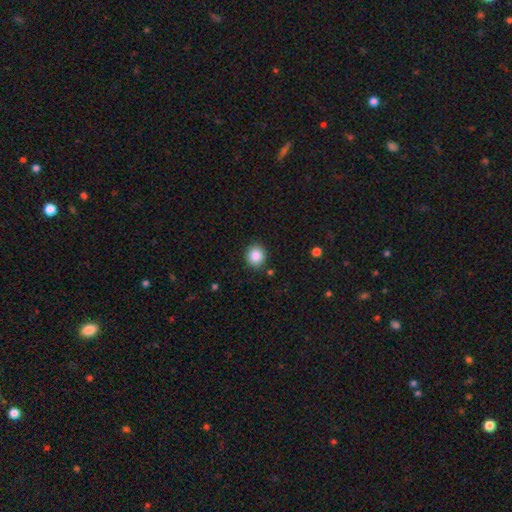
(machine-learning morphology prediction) type=smooth (87%); roundness=round (88%); merging=none (88%).